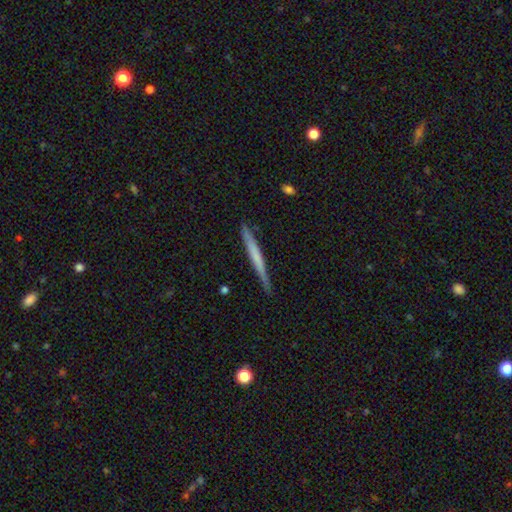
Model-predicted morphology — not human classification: smooth_or_featured: smooth (p=0.50) [alt: featured or disk p=0.45]
merging: none (p=0.87) [alt: minor disturbance p=0.10]